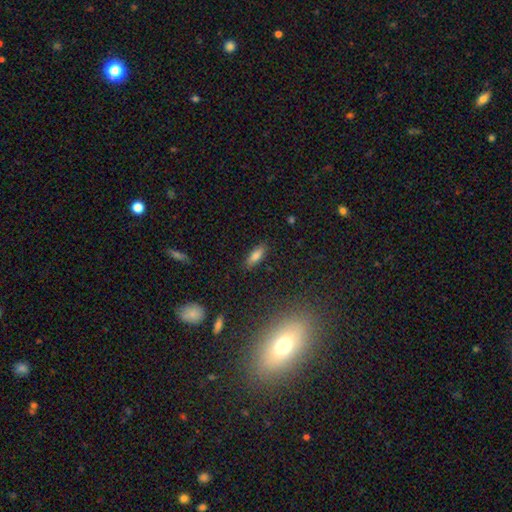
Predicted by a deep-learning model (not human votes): Q: Smooth or featured?
A: smooth (80%); runner-up: featured or disk (10%)
Q: How rounded?
A: in between (69%); runner-up: cigar-shaped (29%)
Q: Merging?
A: none (86%); runner-up: minor disturbance (10%)